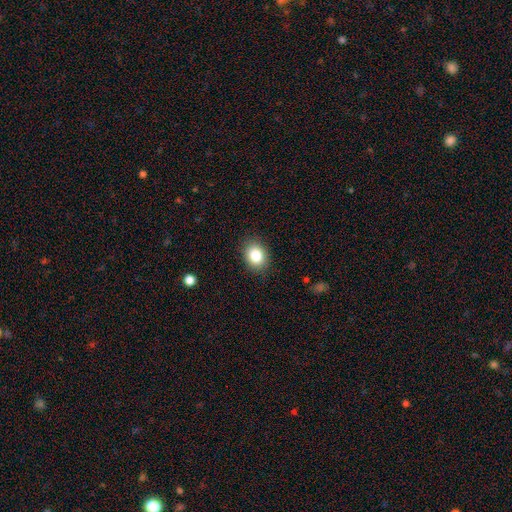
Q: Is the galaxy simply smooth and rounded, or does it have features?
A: smooth — 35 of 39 (90%).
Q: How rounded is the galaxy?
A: round — 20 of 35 (57%).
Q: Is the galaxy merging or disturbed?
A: none — 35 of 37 (95%).